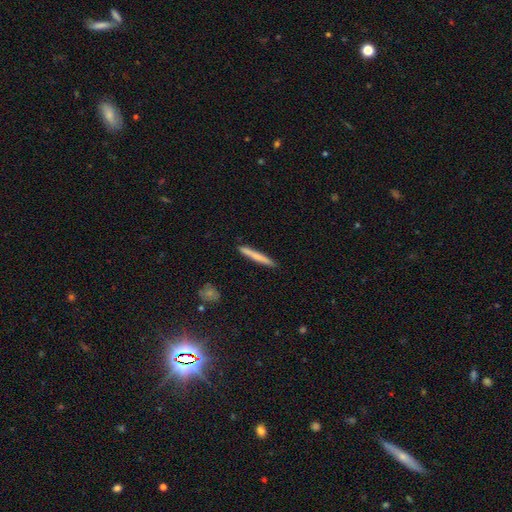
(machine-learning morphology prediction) smooth_or_featured: smooth (p=0.70) [alt: featured or disk p=0.25]
how_rounded: cigar-shaped (p=0.97) [alt: in between p=0.02]
merging: none (p=0.91) [alt: minor disturbance p=0.06]